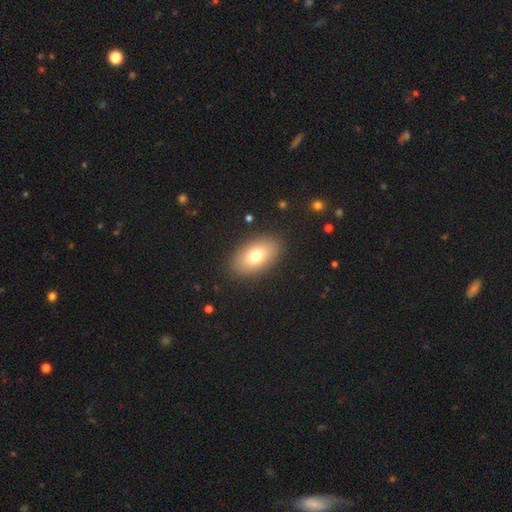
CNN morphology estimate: A smooth galaxy with no disk features (75%) that is in between round and cigar-shaped (91%). Merging: none (88%).